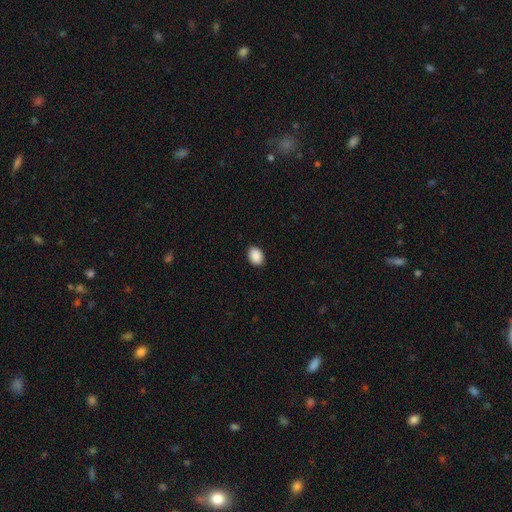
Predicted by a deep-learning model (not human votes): Smooth or featured? smooth (90%)
How rounded? in between (75%)
Merging? none (90%)